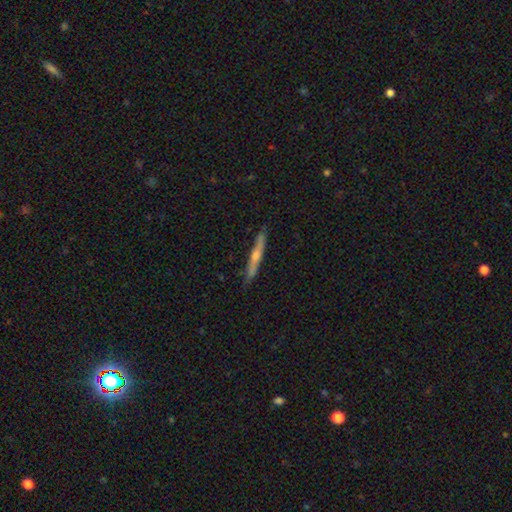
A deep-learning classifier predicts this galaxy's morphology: Smooth or featured: featured or disk — 58% (smooth — 36%)
Edge-on disk: yes — 95% (no — 5%)
Edge-on bulge: rounded — 73% (none — 23%)
Merging: none — 87% (minor disturbance — 10%)